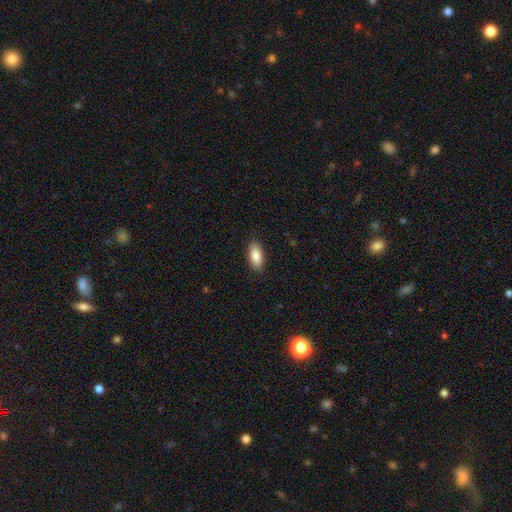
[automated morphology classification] Smooth or featured?
  - smooth: 87% *
  - featured or disk: 7%
  - star or artifact: 6%
How rounded?
  - in between: 87% *
  - cigar-shaped: 11%
  - round: 2%
Merging?
  - none: 88% *
  - minor disturbance: 9%
  - major disturbance: 2%
  - merger: 1%